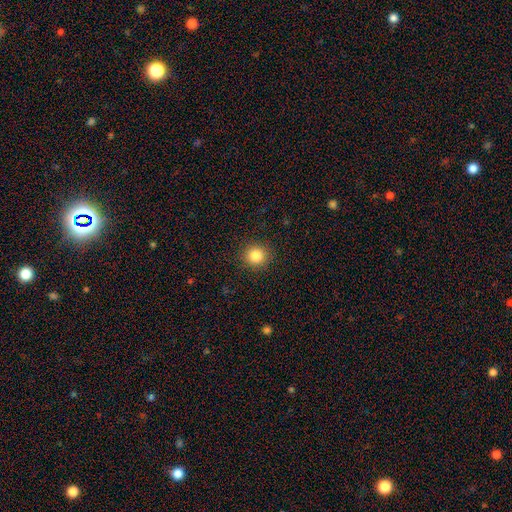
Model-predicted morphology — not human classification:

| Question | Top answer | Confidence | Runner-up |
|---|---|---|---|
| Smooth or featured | smooth | 84% | star or artifact (11%) |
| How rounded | round | 92% | in between (7%) |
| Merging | none | 91% | minor disturbance (6%) |